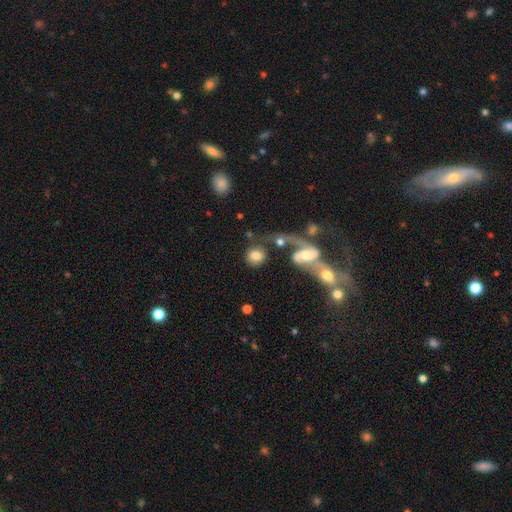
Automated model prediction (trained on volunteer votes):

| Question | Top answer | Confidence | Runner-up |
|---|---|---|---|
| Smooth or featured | smooth | 69% | featured or disk (23%) |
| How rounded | round | 68% | in between (30%) |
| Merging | none | 48% | merger (27%) |